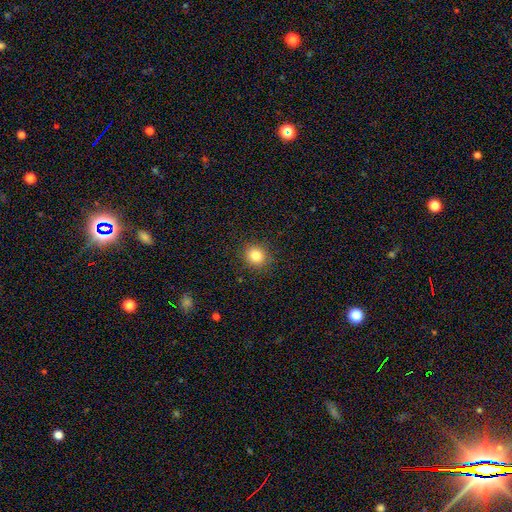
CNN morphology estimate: This is clearly a smooth galaxy (83%). How rounded: clearly round (81%). Merging: clearly none (89%).